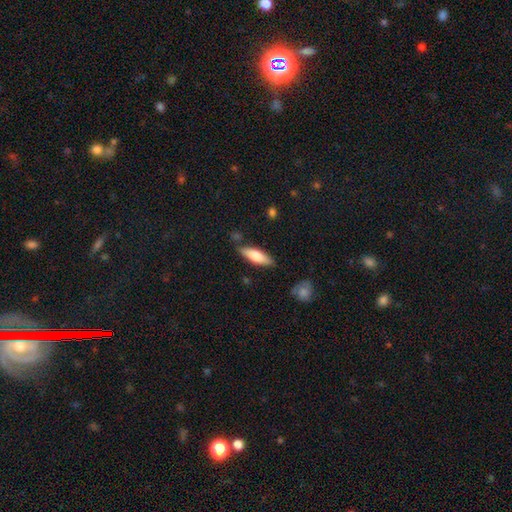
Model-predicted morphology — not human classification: A smooth galaxy with no disk features (70%) that is in between round and cigar-shaped (50%).

Vote fractions:
- Smooth or featured? smooth: 70% / featured or disk: 24% / star or artifact: 6%
- How rounded? in between: 50% / cigar-shaped: 48% / round: 2%
- Merging? none: 80% / minor disturbance: 14% / merger: 3% / major disturbance: 3%